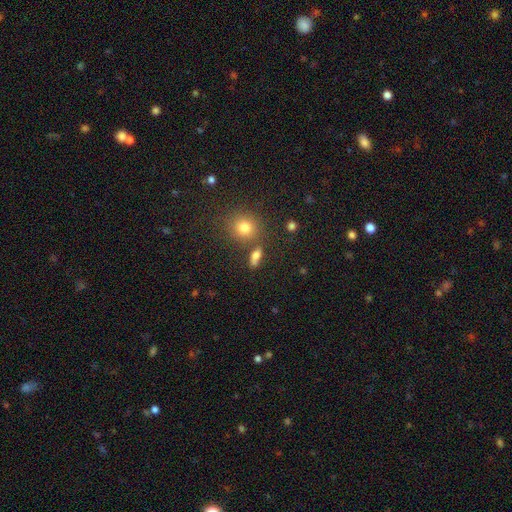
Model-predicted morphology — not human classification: Overall: smooth (74%). How rounded: in between (61%; round 23%). Merging: none (67%).